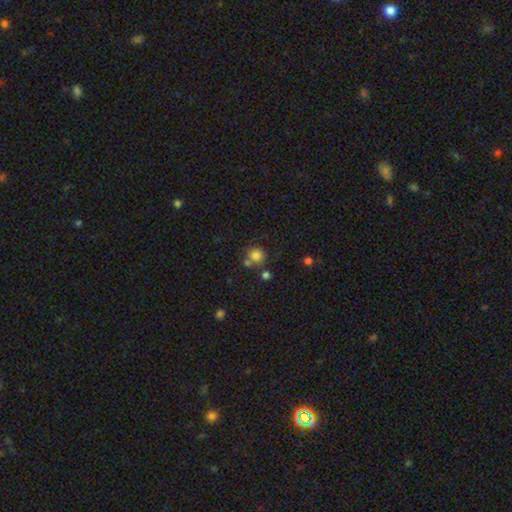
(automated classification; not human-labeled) Smooth or featured?
  - smooth: 78% *
  - star or artifact: 13%
  - featured or disk: 9%
How rounded?
  - round: 91% *
  - in between: 8%
  - cigar-shaped: 1%
Merging?
  - none: 64% *
  - merger: 21%
  - minor disturbance: 11%
  - major disturbance: 4%